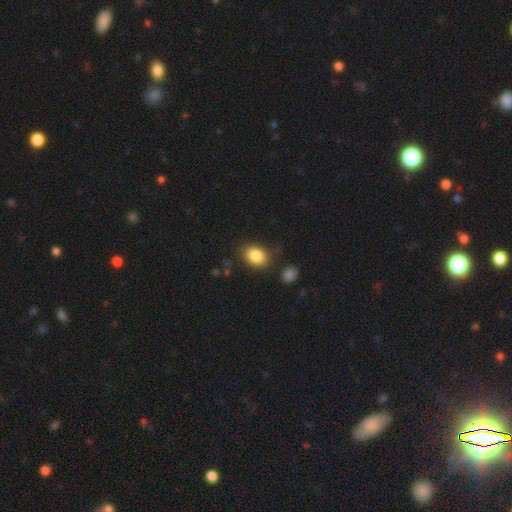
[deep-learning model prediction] Q: Smooth or featured?
A: smooth (85%); runner-up: star or artifact (9%)
Q: How rounded?
A: in between (68%); runner-up: round (31%)
Q: Merging?
A: none (78%); runner-up: minor disturbance (14%)